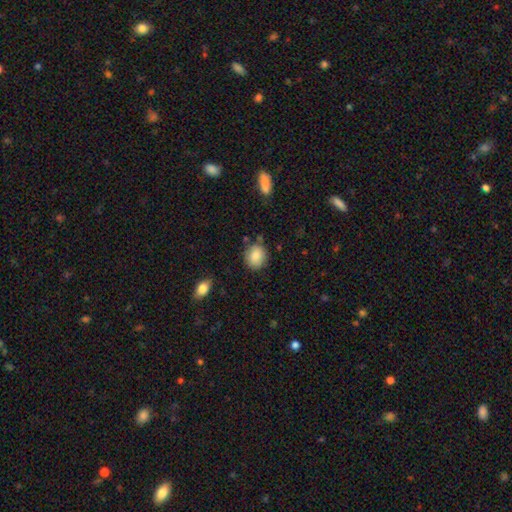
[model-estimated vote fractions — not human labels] Smooth or featured?
  - smooth: 84% *
  - star or artifact: 8%
  - featured or disk: 8%
How rounded?
  - round: 71% *
  - in between: 28%
  - cigar-shaped: 1%
Merging?
  - none: 78% *
  - minor disturbance: 15%
  - merger: 4%
  - major disturbance: 3%